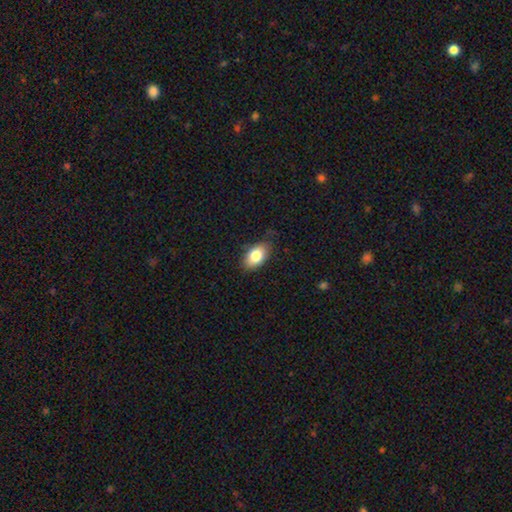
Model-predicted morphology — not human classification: A smooth galaxy with no disk features (80%) that is in between round and cigar-shaped (90%). Merging: none (77%).